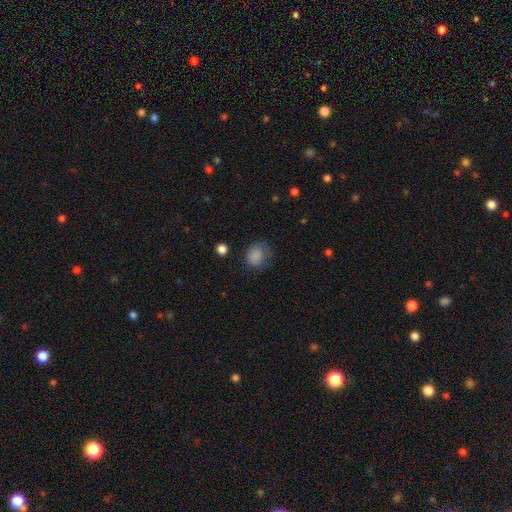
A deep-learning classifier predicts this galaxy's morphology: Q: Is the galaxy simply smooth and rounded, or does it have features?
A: smooth — 84%.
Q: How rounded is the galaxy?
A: round — 75%.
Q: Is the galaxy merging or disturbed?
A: none — 66%.